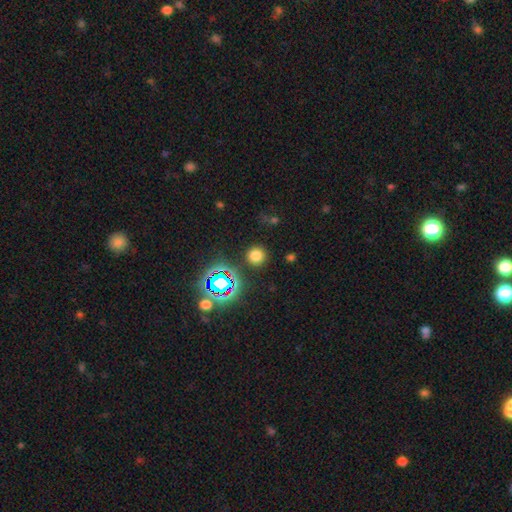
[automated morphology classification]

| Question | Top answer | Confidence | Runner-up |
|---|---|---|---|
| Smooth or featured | smooth | 71% | star or artifact (23%) |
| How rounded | round | 93% | in between (6%) |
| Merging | none | 87% | minor disturbance (7%) |